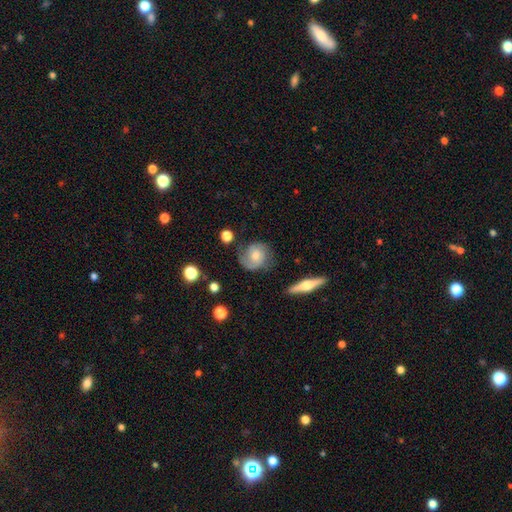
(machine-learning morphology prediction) A featured or disk galaxy (63%) with no bar (68%), 2 (65%) tight (43%) spiral arms (88%) and a moderate central bulge (54%).

Vote fractions:
- Smooth or featured? featured or disk: 63% / smooth: 31% / star or artifact: 7%
- Edge-on disk? no: 94% / yes: 6%
- Bar? no: 68% / weak: 26% / strong: 6%
- Spiral arms? yes: 88% / no: 12%
- Spiral winding? tight: 43% / medium: 38% / loose: 18%
- Spiral arm count? 2: 65% / 1: 17% / can't tell: 13% / 3: 3% / 4: 1% / more than 4: 1%
- Bulge size? moderate: 54% / small: 36% / large: 6% / none: 3% / dominant: 1%
- Merging? none: 64% / minor disturbance: 23% / major disturbance: 11% / merger: 3%